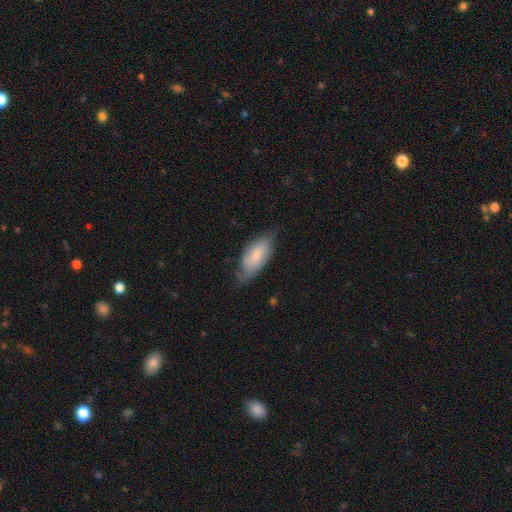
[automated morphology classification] The model was most divided on "merging": none: 57%, minor disturbance: 34%, major disturbance: 8%, merger: 1%. More confident: how rounded — in between (86%); smooth or featured — smooth (63%).